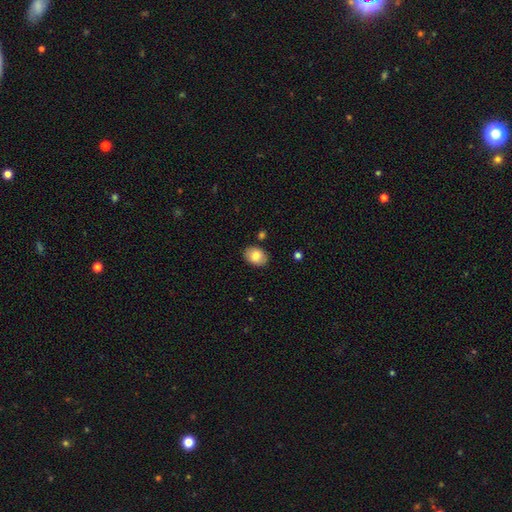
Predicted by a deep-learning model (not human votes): Smooth or featured: smooth — 82% (featured or disk — 11%)
How rounded: in between — 72% (round — 27%)
Merging: none — 86% (minor disturbance — 10%)